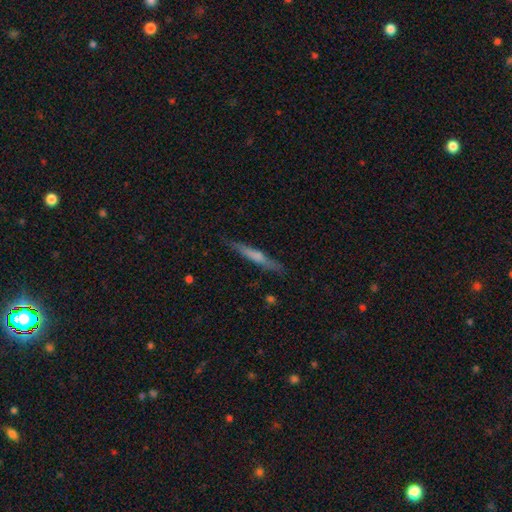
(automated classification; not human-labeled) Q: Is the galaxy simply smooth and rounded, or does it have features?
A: smooth — 50%.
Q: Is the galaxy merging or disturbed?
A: none — 85%.